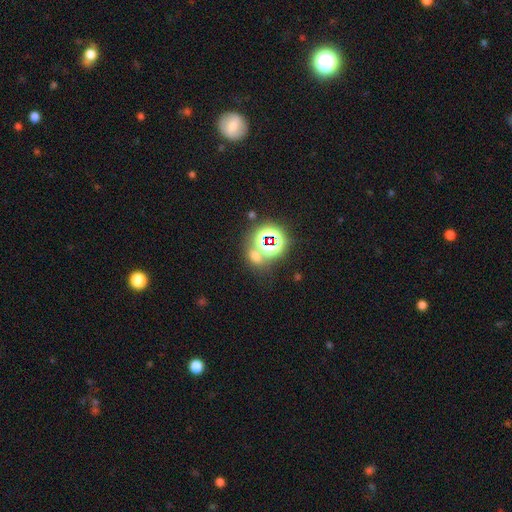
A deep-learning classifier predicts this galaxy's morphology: This appears to be a star or artifact, not a galaxy (49%).